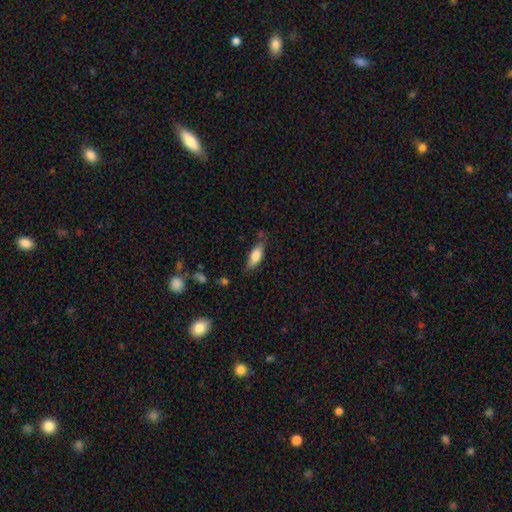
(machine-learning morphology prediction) The model was most divided on "how rounded": in between: 72%, cigar-shaped: 26%, round: 2%. More confident: smooth or featured — smooth (78%); merging — none (71%).